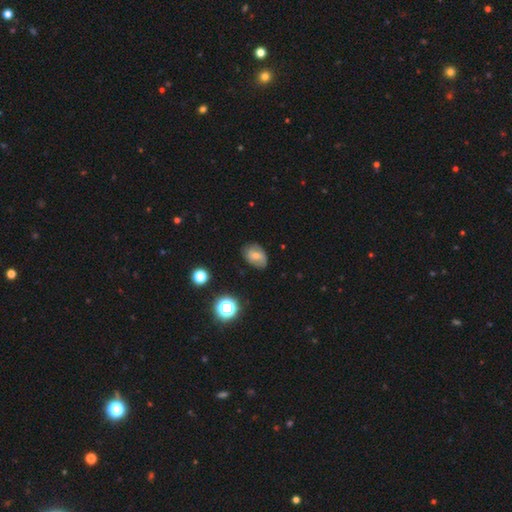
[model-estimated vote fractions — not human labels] Overall: smooth (57%; featured or disk 31%). How rounded: in between (77%). Merging: none (72%).